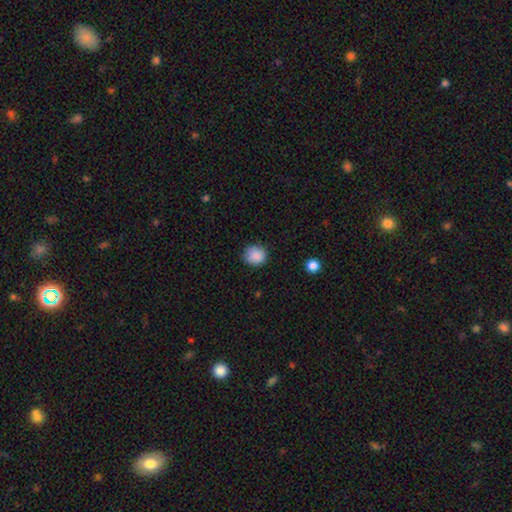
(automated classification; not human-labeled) smooth_or_featured: smooth (p=0.88) [alt: star or artifact p=0.09]
how_rounded: round (p=0.83) [alt: in between p=0.16]
merging: none (p=0.83) [alt: minor disturbance p=0.13]